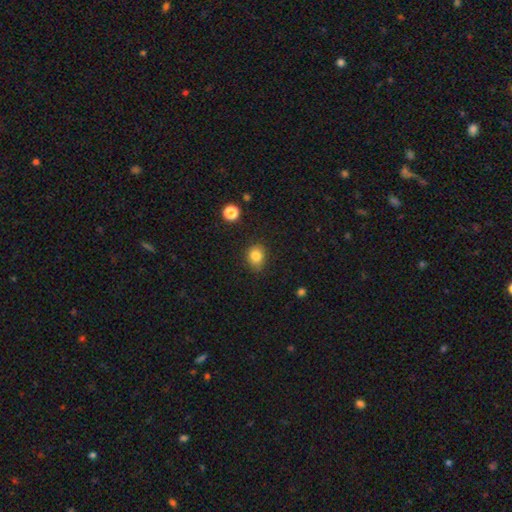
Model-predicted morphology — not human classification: A smooth galaxy with no disk features (83%) that is round (63%).

Vote fractions:
- Smooth or featured? smooth: 83% / star or artifact: 11% / featured or disk: 6%
- How rounded? round: 63% / in between: 36% / cigar-shaped: 1%
- Merging? none: 78% / minor disturbance: 17% / major disturbance: 3% / merger: 2%